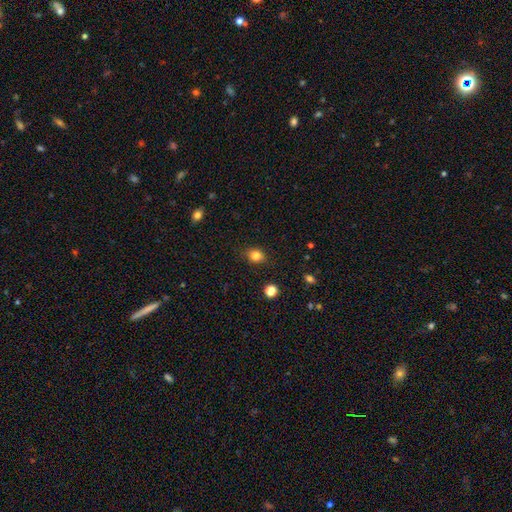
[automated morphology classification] Overall: smooth (82%). How rounded: round (51%; in between 48%). Merging: none (84%).